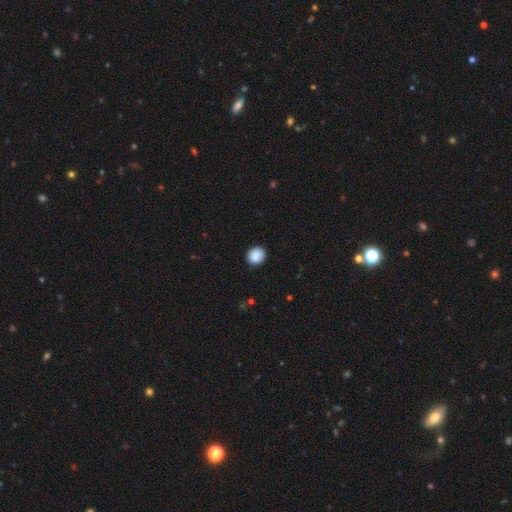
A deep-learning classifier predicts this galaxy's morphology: smooth-or-featured: smooth: 89% | star or artifact: 8% | featured or disk: 3%
  how-rounded: round: 81% | in between: 18% | cigar-shaped: 1%
  merging: none: 89% | minor disturbance: 8% | major disturbance: 2% | merger: 1%